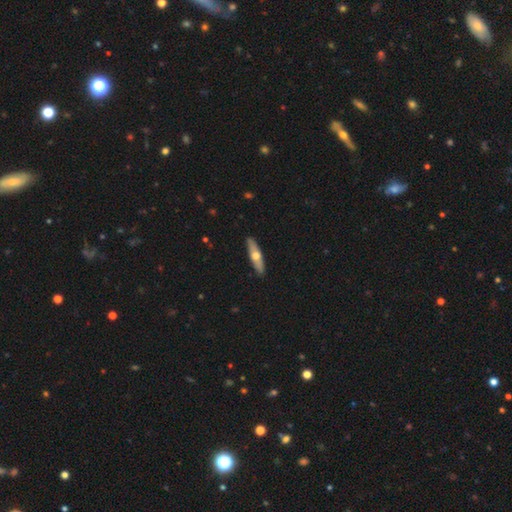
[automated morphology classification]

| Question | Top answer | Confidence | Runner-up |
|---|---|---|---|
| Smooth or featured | smooth | 50% | featured or disk (45%) |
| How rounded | cigar-shaped | 72% | in between (26%) |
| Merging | none | 91% | minor disturbance (7%) |